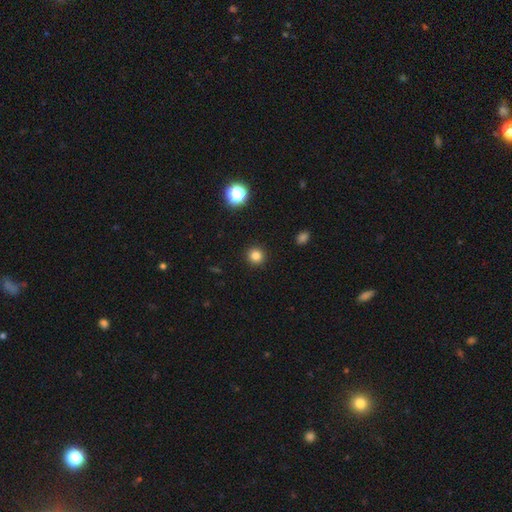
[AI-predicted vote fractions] smooth_or_featured: smooth (p=0.82) [alt: star or artifact p=0.13]
how_rounded: round (p=0.94) [alt: in between p=0.05]
merging: none (p=0.93) [alt: minor disturbance p=0.04]